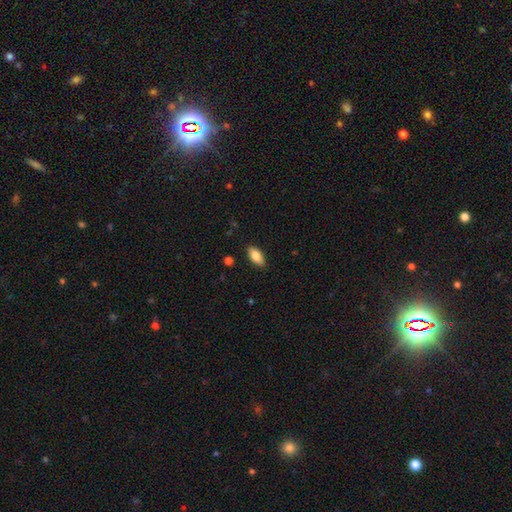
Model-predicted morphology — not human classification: smooth 81%, featured or disk 12%, star or artifact 7%. Down the decision tree: how rounded — in between (89%); merging — none (88%).